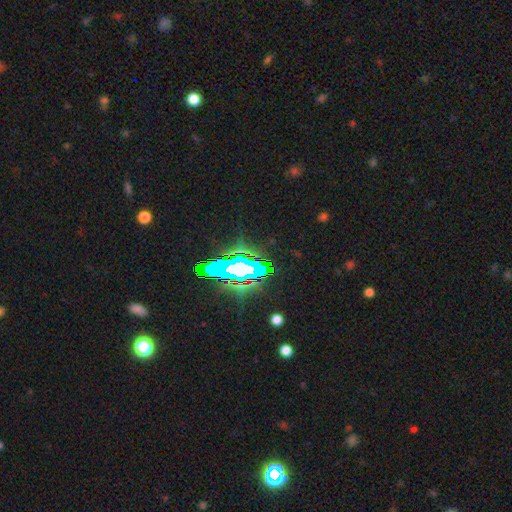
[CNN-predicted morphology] Smooth or featured? star or artifact (68%)